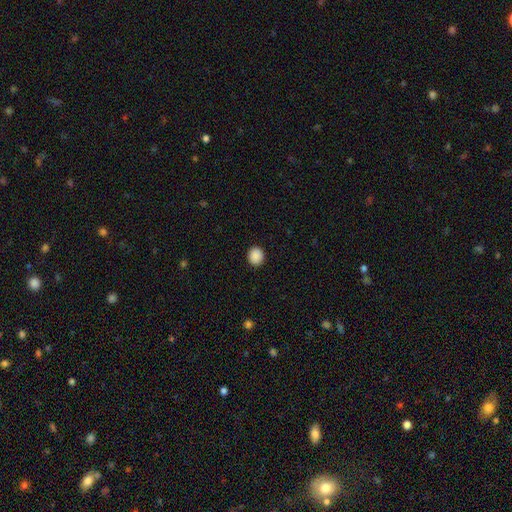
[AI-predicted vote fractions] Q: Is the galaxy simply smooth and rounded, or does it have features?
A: smooth — 89%.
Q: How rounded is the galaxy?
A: round — 77%.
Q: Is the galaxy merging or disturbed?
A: none — 92%.